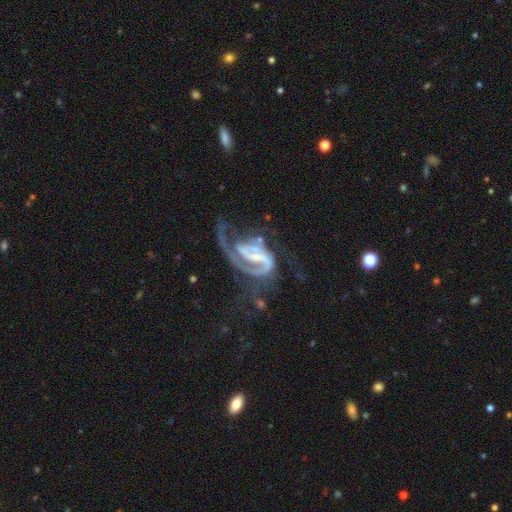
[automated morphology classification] A featured or disk galaxy (89%) with a strong bar (41%), 2 (60%) medium (47%) spiral arms (96%) and a small central bulge (54%). Merging: major disturbance (43%).